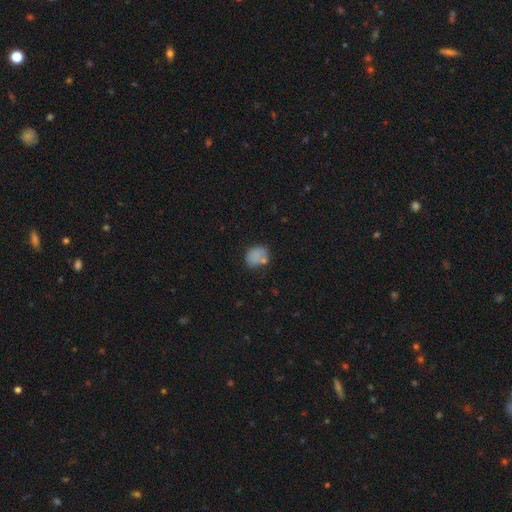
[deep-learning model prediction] Smooth or featured?
  - smooth: 79% *
  - star or artifact: 11%
  - featured or disk: 10%
How rounded?
  - in between: 52% *
  - round: 47%
  - cigar-shaped: 1%
Merging?
  - none: 60% *
  - minor disturbance: 20%
  - merger: 12%
  - major disturbance: 7%